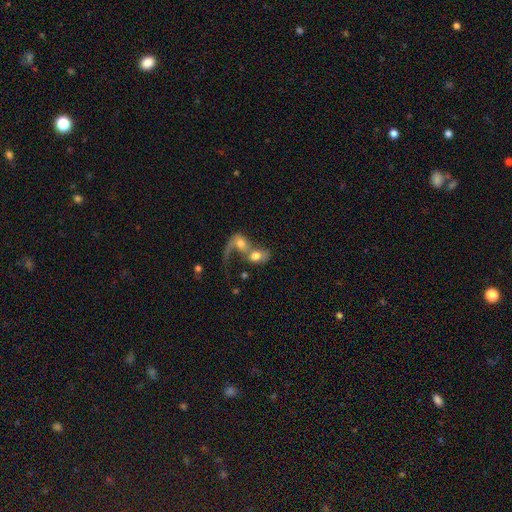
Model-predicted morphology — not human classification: type=smooth (52%); roundness=in between (60%); merging=merger (78%).